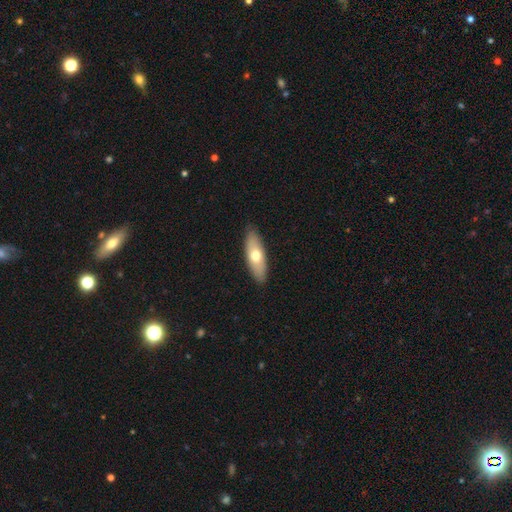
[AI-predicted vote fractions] A smooth galaxy with no disk features (63%) that is in between round and cigar-shaped (65%).

Vote fractions:
- Smooth or featured? smooth: 63% / featured or disk: 32% / star or artifact: 5%
- How rounded? in between: 65% / cigar-shaped: 32% / round: 3%
- Merging? none: 87% / minor disturbance: 10% / major disturbance: 2% / merger: 1%